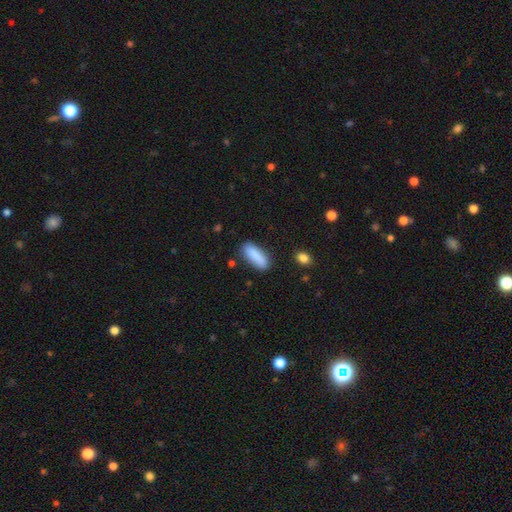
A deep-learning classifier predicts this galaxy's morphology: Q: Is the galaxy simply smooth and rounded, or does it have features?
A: smooth — 89%.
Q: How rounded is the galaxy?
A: in between — 62%.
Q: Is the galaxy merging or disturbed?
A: none — 82%.